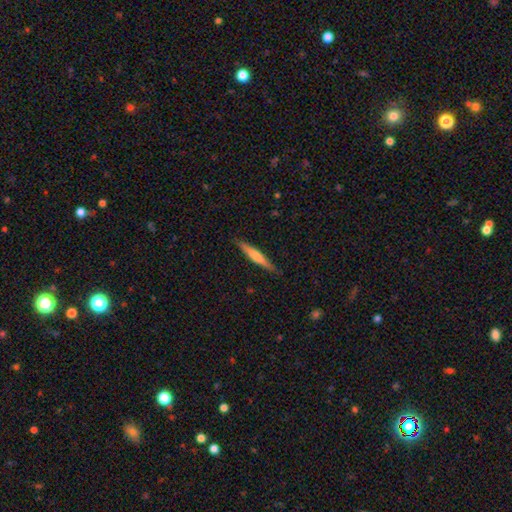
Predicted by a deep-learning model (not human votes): smooth_or_featured: smooth (p=0.57) [alt: featured or disk p=0.37]
how_rounded: cigar-shaped (p=0.93) [alt: in between p=0.06]
merging: none (p=0.88) [alt: minor disturbance p=0.09]